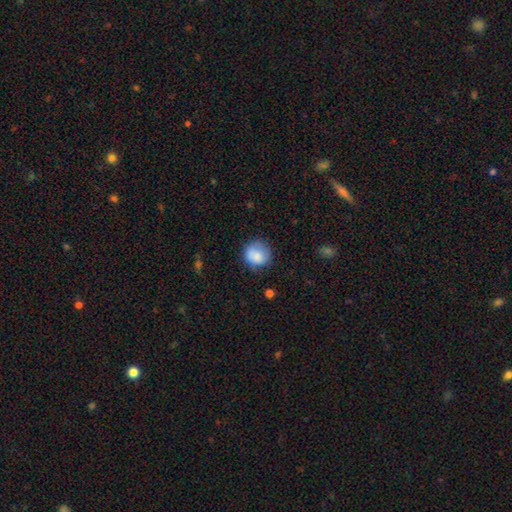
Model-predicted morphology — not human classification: This appears to be a smooth galaxy with no disk features (84%) that is round (82%). Merging: none (66%).